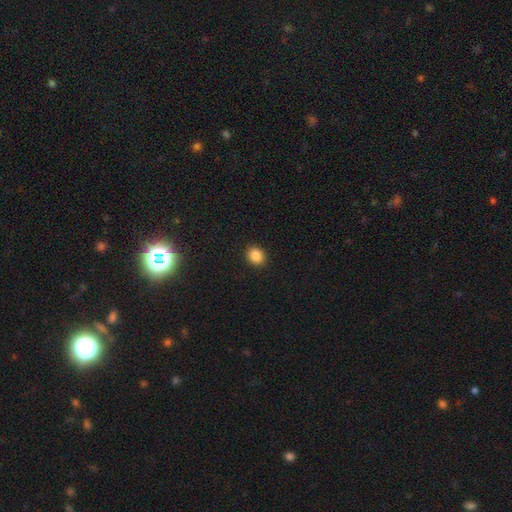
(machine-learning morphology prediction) The model was most divided on "how rounded": round: 63%, in between: 36%, cigar-shaped: 1%. More confident: merging — none (91%); smooth or featured — smooth (87%).